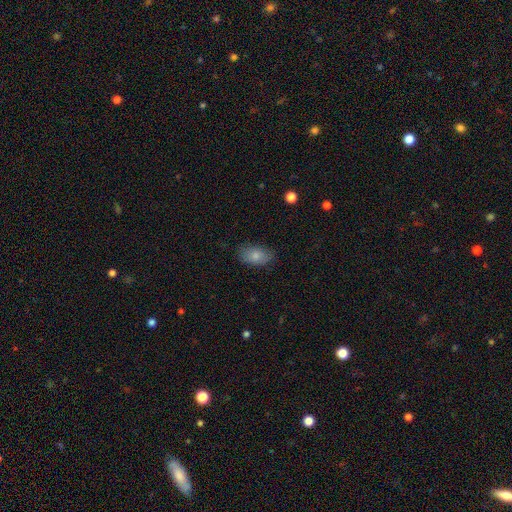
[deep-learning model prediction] This is clearly a smooth galaxy (81%). How rounded: clearly in between (91%). Merging: likely none (78%).